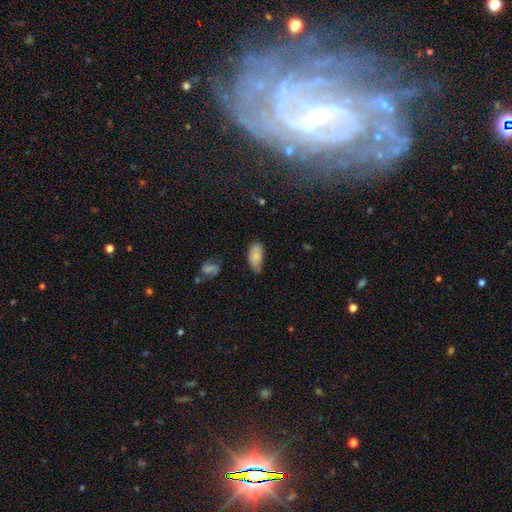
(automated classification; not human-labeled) This appears to be a smooth galaxy with no disk features (81%) that is in between round and cigar-shaped (92%). Merging: none (58%).